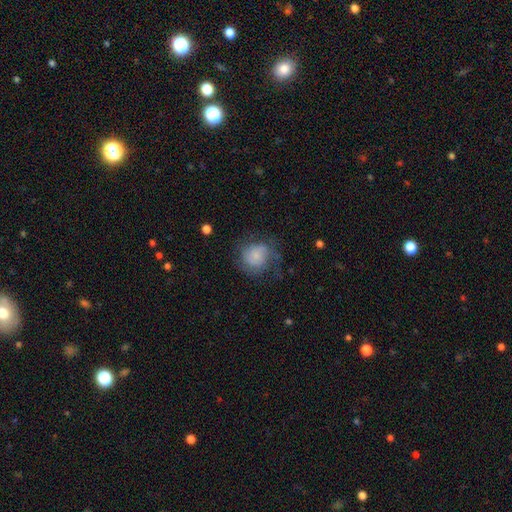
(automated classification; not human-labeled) smooth 66%, featured or disk 26%, star or artifact 8%. Down the decision tree: how rounded — round (79%); merging — none (48%).